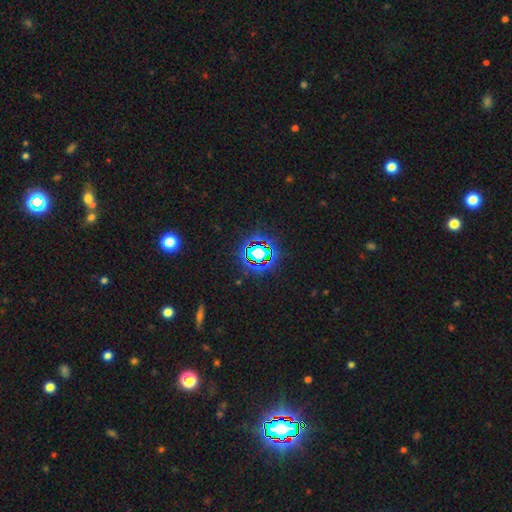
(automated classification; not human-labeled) Smooth or featured? star or artifact (72%)